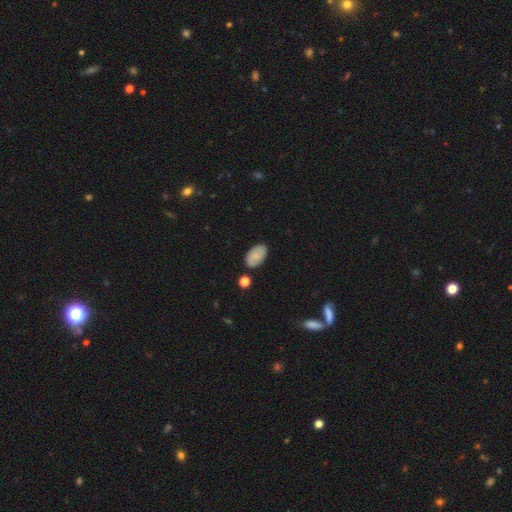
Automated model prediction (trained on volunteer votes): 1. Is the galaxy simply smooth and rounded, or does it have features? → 76% smooth, 17% featured or disk, 8% star or artifact.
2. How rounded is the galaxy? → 93% in between, 6% round, 1% cigar-shaped.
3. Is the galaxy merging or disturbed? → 79% none, 14% minor disturbance, 4% merger, 3% major disturbance.